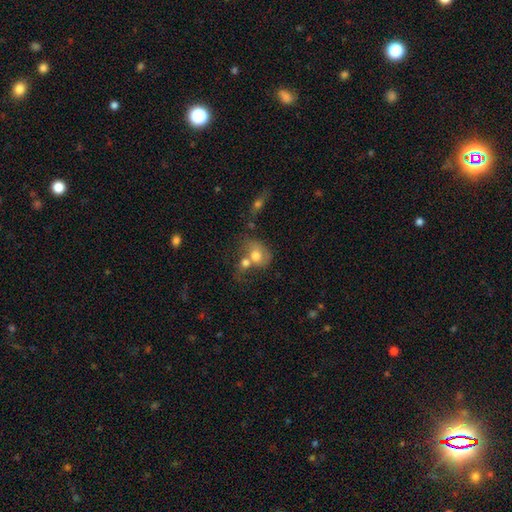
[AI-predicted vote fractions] Smooth or featured? Predicted: smooth (p=0.66). How rounded? Predicted: in between (p=0.55). Merging? Predicted: merger (p=0.63).